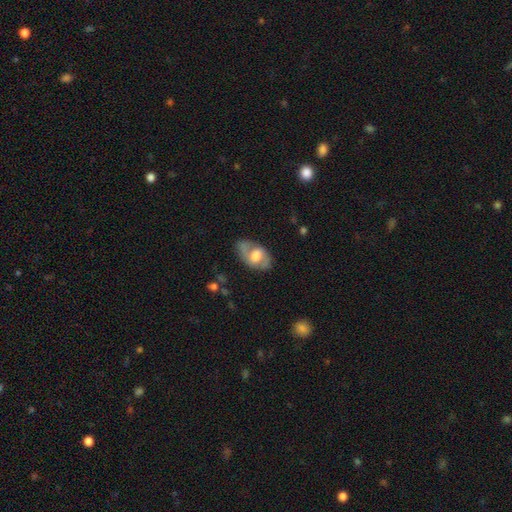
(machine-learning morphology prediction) Smooth or featured: featured or disk — 62% (smooth — 32%)
Edge-on disk: no — 93% (yes — 7%)
Bar: no — 48% (weak — 41%)
Spiral arms: yes — 72% (no — 28%)
Bulge size: large — 45% (moderate — 39%)
Merging: none — 68% (minor disturbance — 22%)